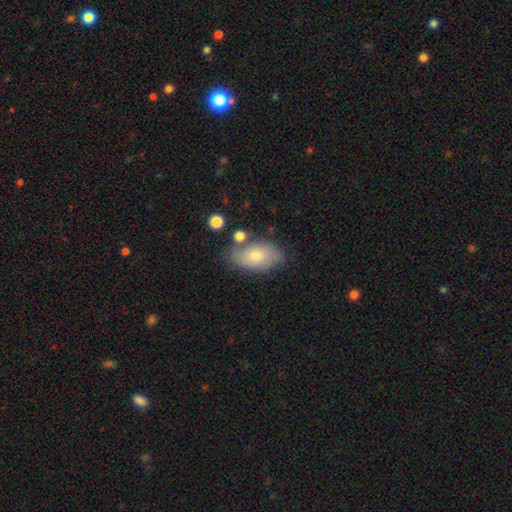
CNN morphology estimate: type=smooth (65%); roundness=in between (91%); merging=none (66%).